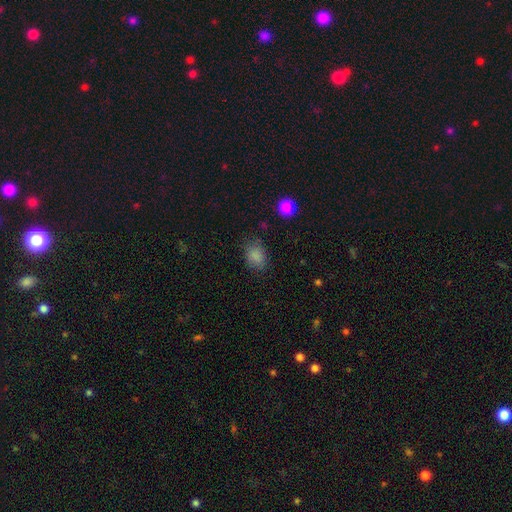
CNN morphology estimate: Overall: smooth (85%). How rounded: in between (61%; round 38%). Merging: none (75%).